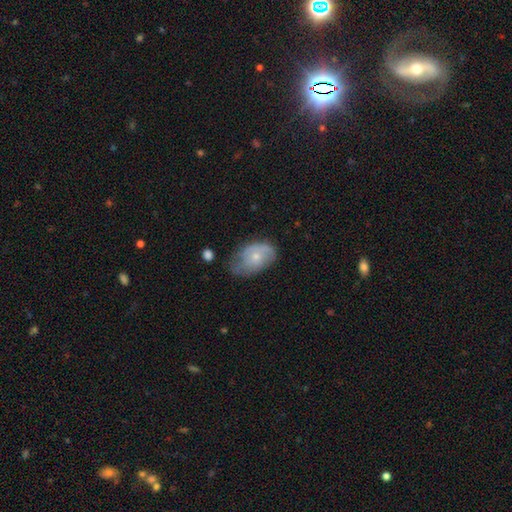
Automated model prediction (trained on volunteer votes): A smooth galaxy with no disk features (50%). Merging: none (44%).